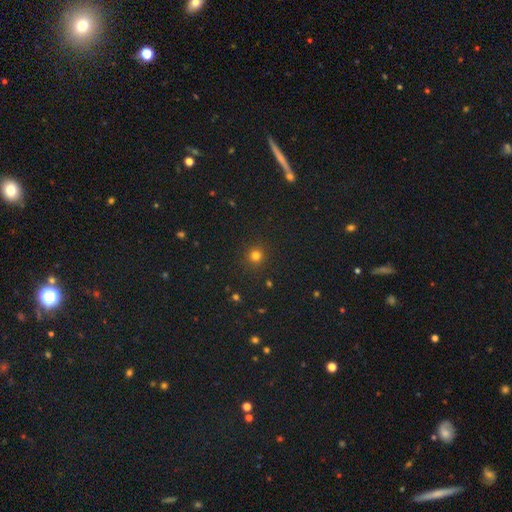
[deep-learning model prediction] This appears to be a smooth galaxy with no disk features (78%) that is round (94%). Merging: none (91%).